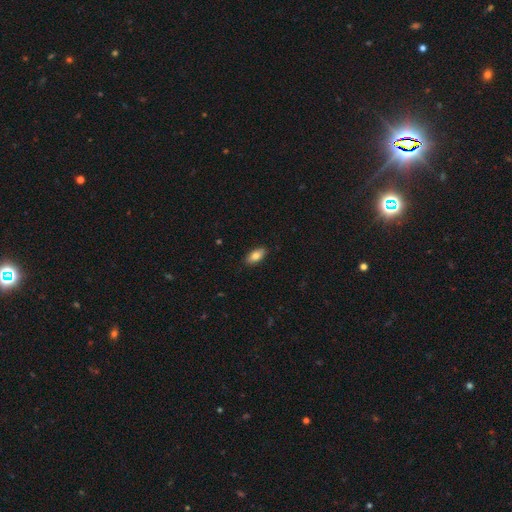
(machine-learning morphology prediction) Smooth or featured? smooth (83%)
How rounded? in between (89%)
Merging? none (88%)